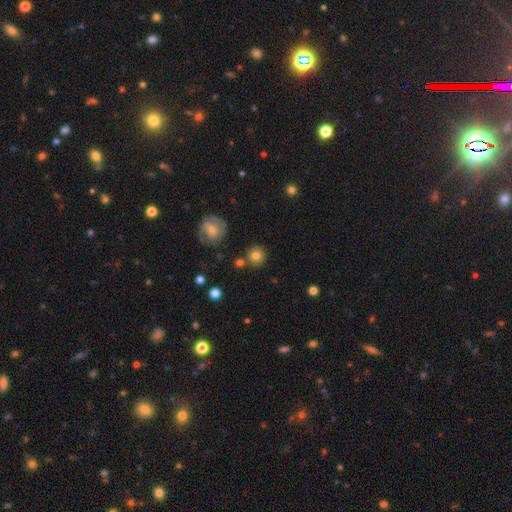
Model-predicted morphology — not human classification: Smooth or featured? smooth (78%)
How rounded? round (92%)
Merging? none (80%)